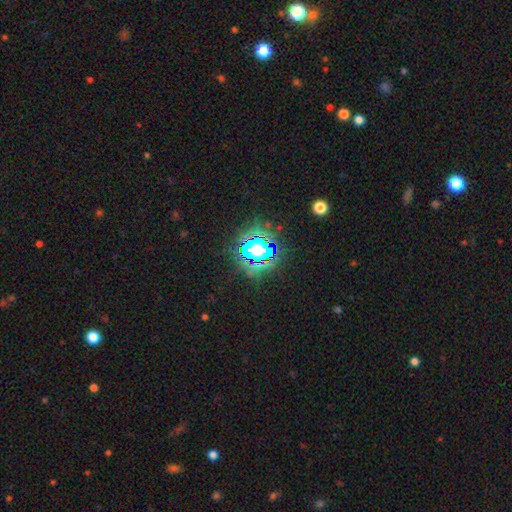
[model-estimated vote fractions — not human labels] Smooth or featured? Predicted: star or artifact (p=0.80).